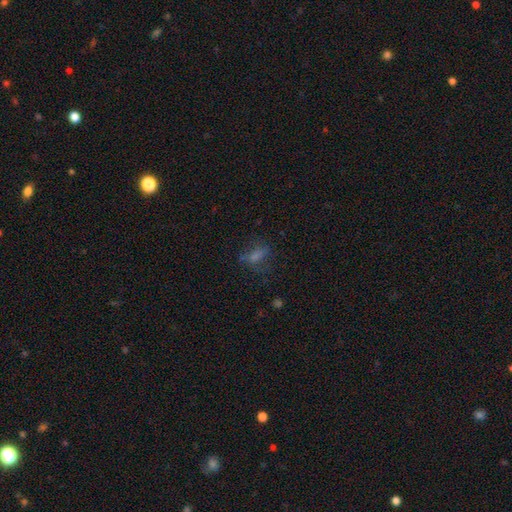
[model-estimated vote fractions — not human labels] Morphology: type=smooth (47%); merging=none (64%).